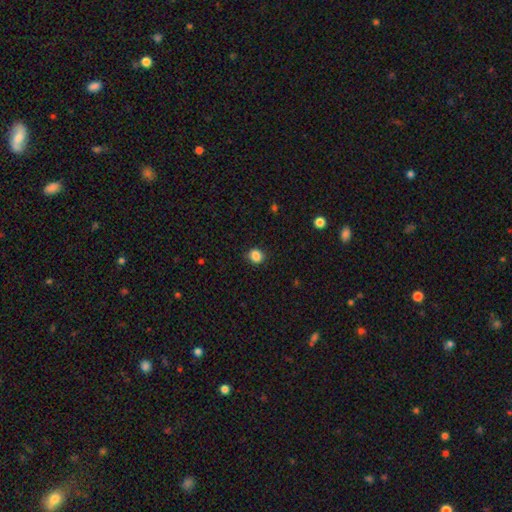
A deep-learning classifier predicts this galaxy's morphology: smooth_or_featured: smooth (p=0.86) [alt: star or artifact p=0.11]
how_rounded: round (p=0.72) [alt: in between p=0.27]
merging: none (p=0.85) [alt: minor disturbance p=0.12]